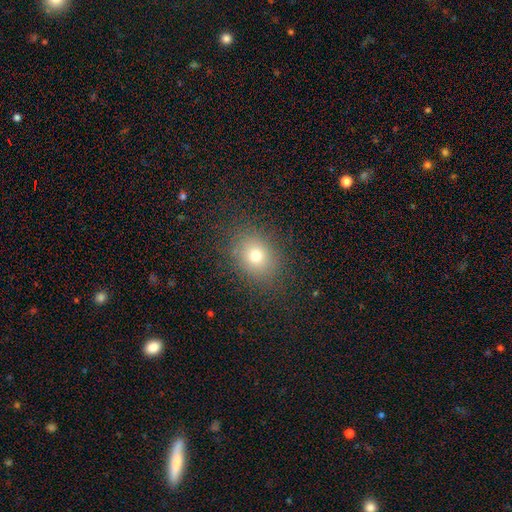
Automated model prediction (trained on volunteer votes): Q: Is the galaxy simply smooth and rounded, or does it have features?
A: smooth — 73%.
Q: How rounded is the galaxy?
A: round — 50%.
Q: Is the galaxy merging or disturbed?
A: none — 85%.